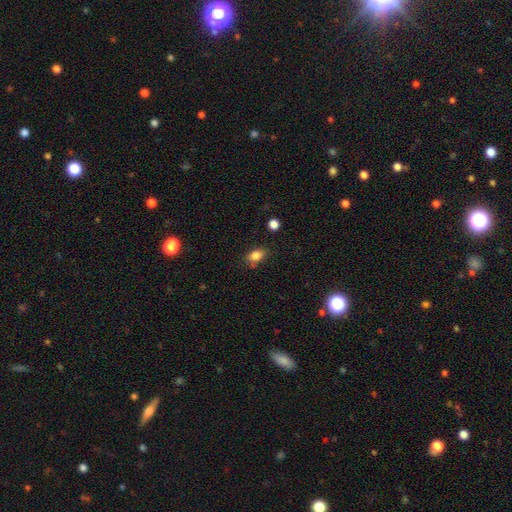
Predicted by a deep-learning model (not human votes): Smooth or featured? smooth (84%)
How rounded? in between (80%)
Merging? none (72%)